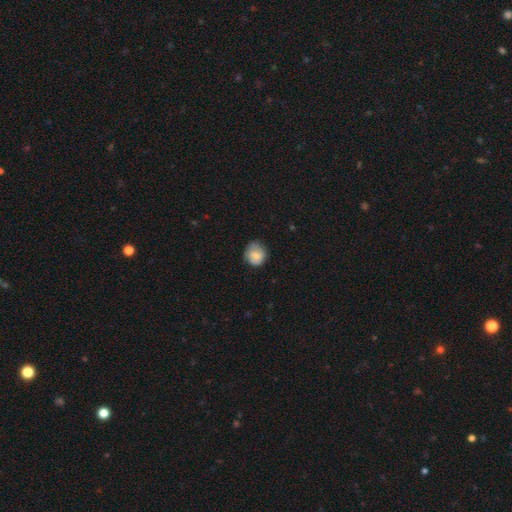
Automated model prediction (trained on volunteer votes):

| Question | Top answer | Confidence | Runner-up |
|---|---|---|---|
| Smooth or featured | smooth | 74% | featured or disk (19%) |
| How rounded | round | 82% | in between (17%) |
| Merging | none | 70% | minor disturbance (23%) |